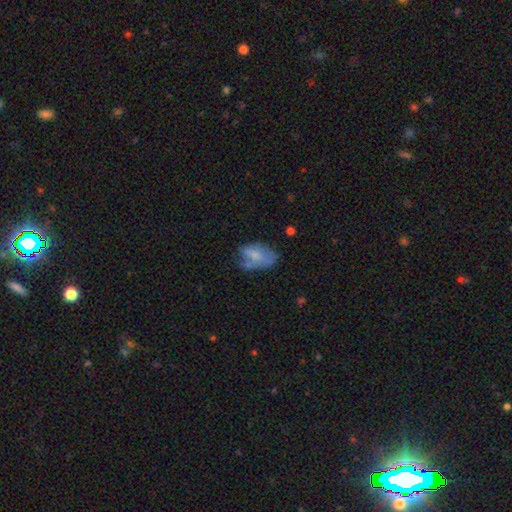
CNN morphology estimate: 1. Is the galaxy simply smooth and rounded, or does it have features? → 60% smooth, 31% featured or disk, 9% star or artifact.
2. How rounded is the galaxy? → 90% in between, 8% round, 2% cigar-shaped.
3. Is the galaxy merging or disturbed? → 36% none, 32% minor disturbance, 25% major disturbance, 7% merger.